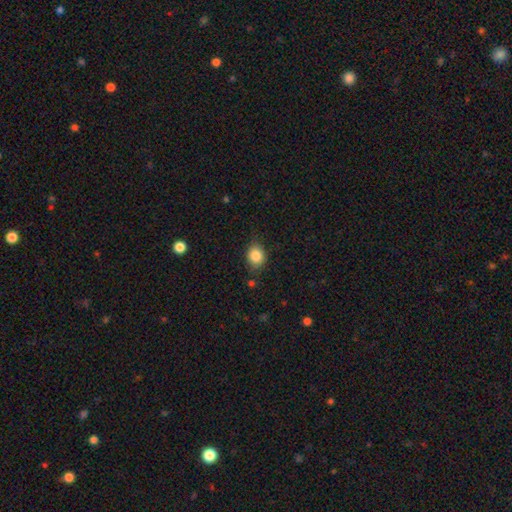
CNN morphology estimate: Q: Smooth or featured?
A: smooth (85%); runner-up: star or artifact (9%)
Q: How rounded?
A: round (57%); runner-up: in between (42%)
Q: Merging?
A: none (78%); runner-up: minor disturbance (16%)